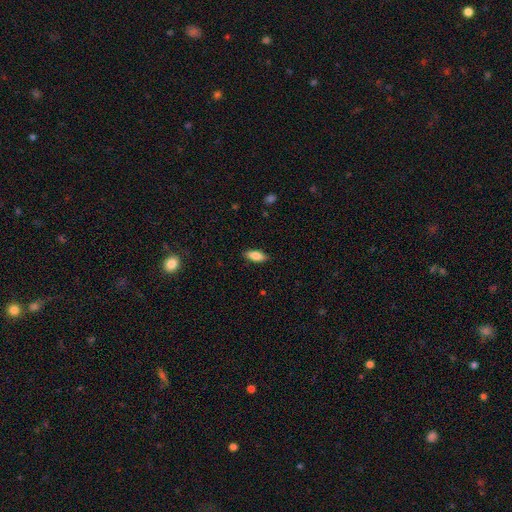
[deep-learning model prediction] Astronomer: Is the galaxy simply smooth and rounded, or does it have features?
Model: smooth — 83%.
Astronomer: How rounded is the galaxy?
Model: in between — 80%.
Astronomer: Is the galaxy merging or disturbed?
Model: none — 88%.